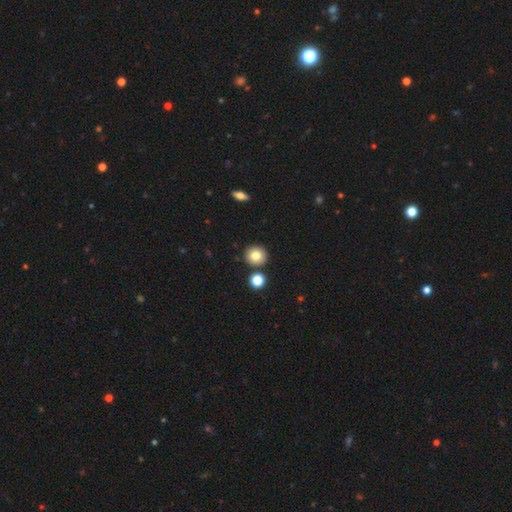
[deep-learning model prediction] This is clearly a smooth galaxy (81%). How rounded: clearly round (90%). Merging: clearly none (85%).